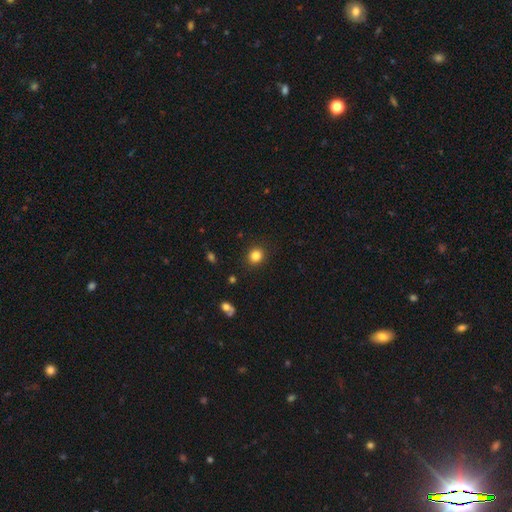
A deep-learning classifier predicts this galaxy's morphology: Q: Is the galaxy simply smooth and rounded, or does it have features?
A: smooth — 83%.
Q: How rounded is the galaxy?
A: round — 84%.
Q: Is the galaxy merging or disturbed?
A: none — 90%.